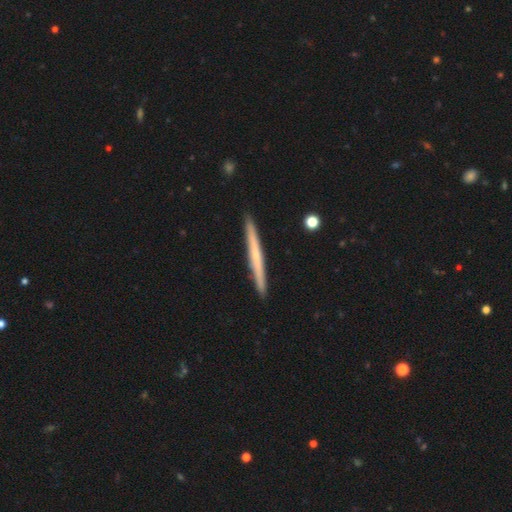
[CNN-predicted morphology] This is possibly a featured or disk galaxy (50%). Merging: clearly none (92%).